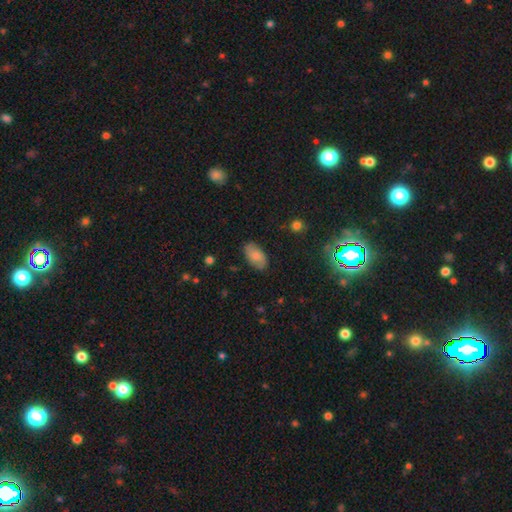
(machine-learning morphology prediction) type=smooth (76%); roundness=in between (94%); merging=none (83%).